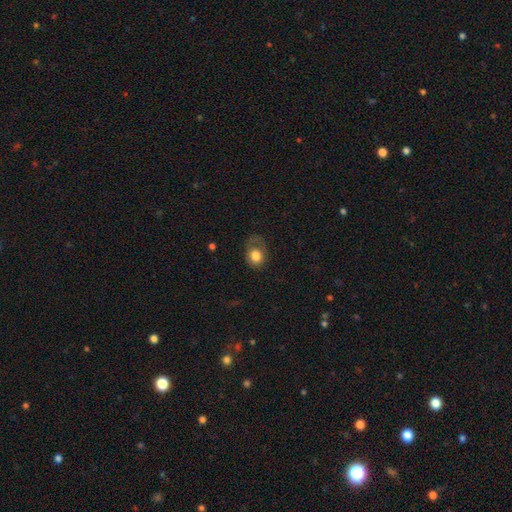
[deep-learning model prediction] A smooth galaxy with no disk features (76%) that is round (50%). Merging: none (42%).